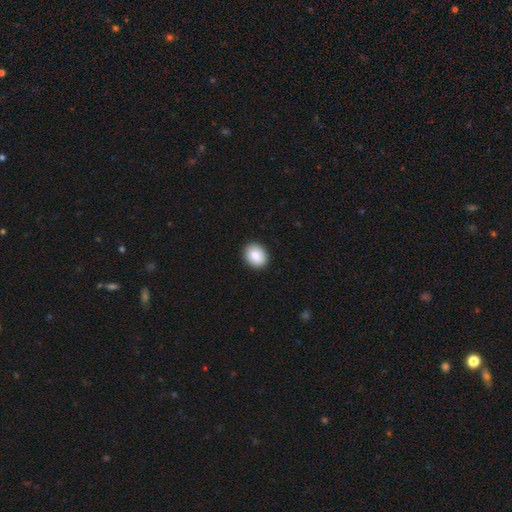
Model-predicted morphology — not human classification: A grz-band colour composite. It shows a smooth galaxy with no disk features (87%) that is in between round and cigar-shaped (55%). Merging: none (90%).